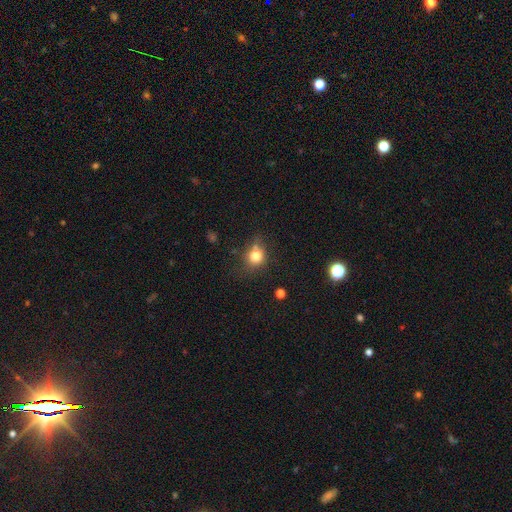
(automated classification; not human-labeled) This appears to be a smooth galaxy with no disk features (77%) that is round (75%). Merging: none (60%).